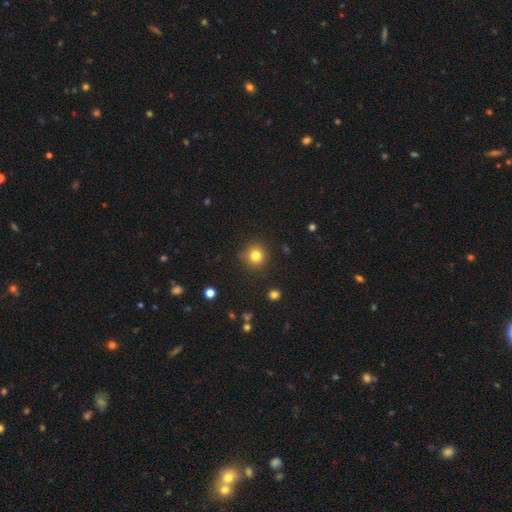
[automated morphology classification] smooth 81%, star or artifact 13%, featured or disk 6%. Down the decision tree: how rounded — round (93%); merging — none (86%).